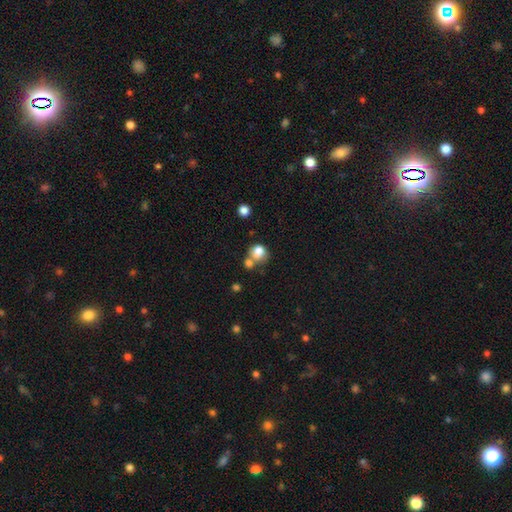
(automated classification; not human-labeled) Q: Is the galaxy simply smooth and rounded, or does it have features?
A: smooth — 75%.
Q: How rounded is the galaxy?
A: round — 71%.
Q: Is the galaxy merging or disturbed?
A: merger — 41%.